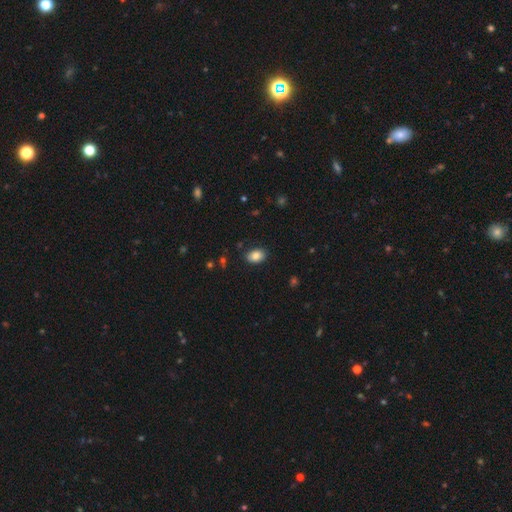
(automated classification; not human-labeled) smooth-or-featured: smooth: 84% | star or artifact: 8% | featured or disk: 7%
  how-rounded: in between: 80% | round: 19% | cigar-shaped: 1%
  merging: none: 86% | minor disturbance: 10% | major disturbance: 2% | merger: 1%